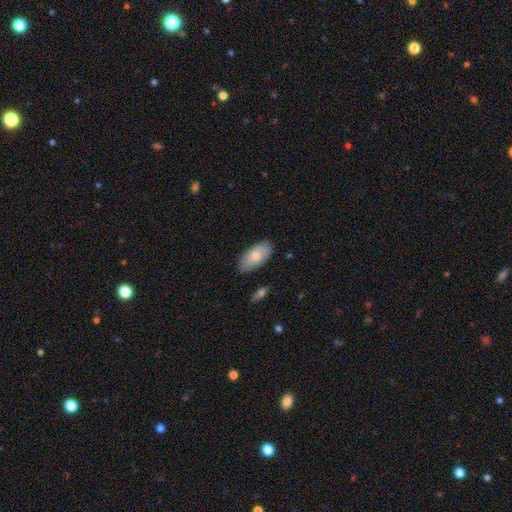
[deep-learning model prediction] Smooth or featured? Predicted: smooth (p=0.78). How rounded? Predicted: in between (p=0.94). Merging? Predicted: none (p=0.83).